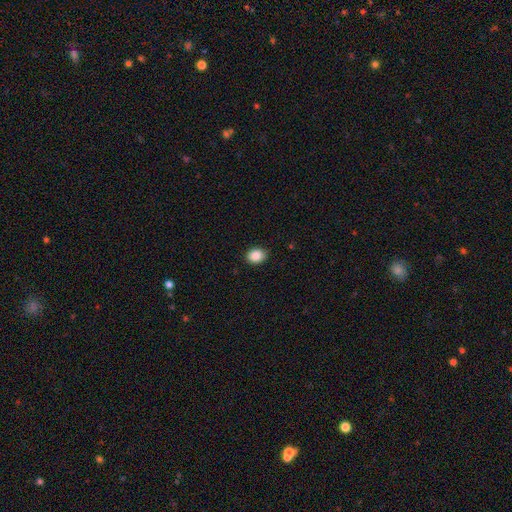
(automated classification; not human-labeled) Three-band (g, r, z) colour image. It shows a smooth galaxy with no disk features (88%) that is round (54%). Merging: none (83%).